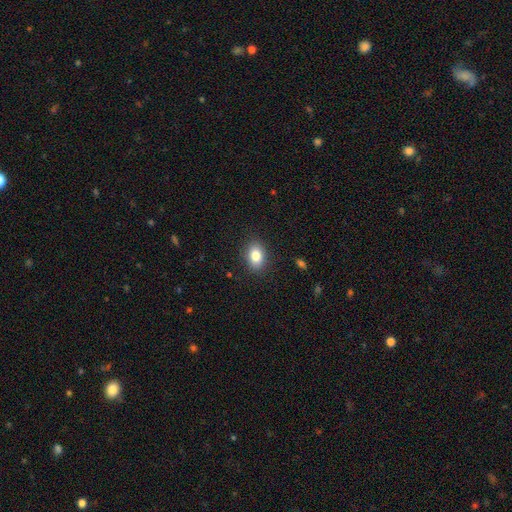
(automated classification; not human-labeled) This appears to be a smooth galaxy with no disk features (83%) that is in between round and cigar-shaped (74%). Merging: none (87%).